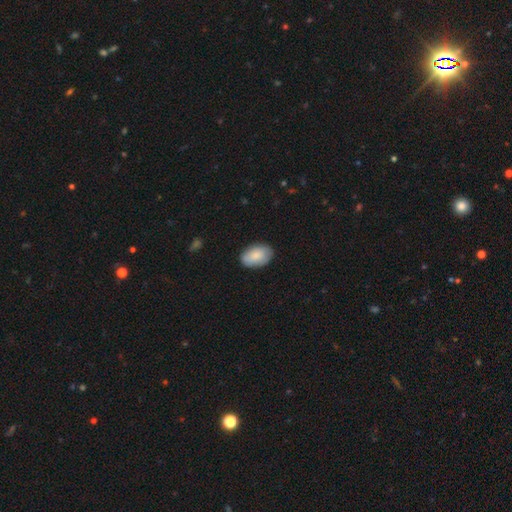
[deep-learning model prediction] Smooth or featured? smooth (85%)
How rounded? in between (92%)
Merging? none (83%)